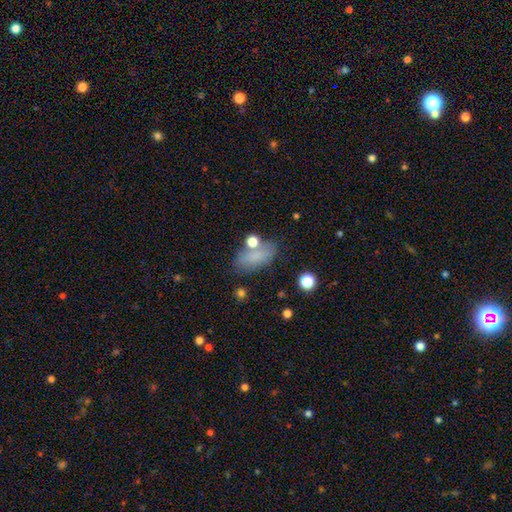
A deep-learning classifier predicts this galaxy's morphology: Smooth or featured? smooth (74%)
How rounded? in between (86%)
Merging? none (63%)